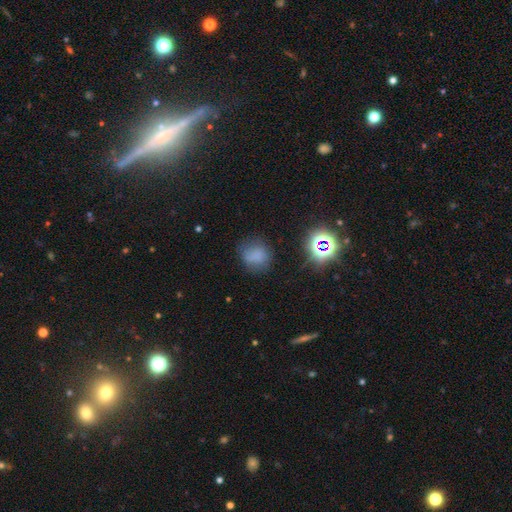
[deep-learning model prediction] smooth-or-featured: smooth: 71% | star or artifact: 20% | featured or disk: 9%
  how-rounded: round: 71% | in between: 28% | cigar-shaped: 1%
  merging: none: 67% | minor disturbance: 21% | major disturbance: 10% | merger: 2%